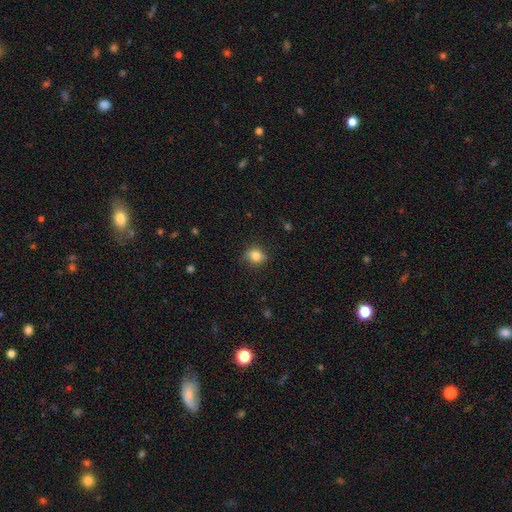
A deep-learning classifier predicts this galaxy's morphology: smooth_or_featured: smooth (p=0.80) [alt: star or artifact p=0.10]
how_rounded: round (p=0.67) [alt: in between p=0.31]
merging: none (p=0.75) [alt: minor disturbance p=0.19]